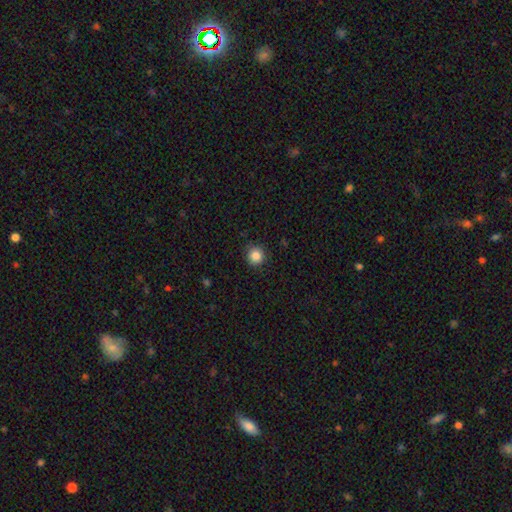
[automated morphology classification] Smooth or featured? smooth (86%)
How rounded? round (93%)
Merging? none (90%)